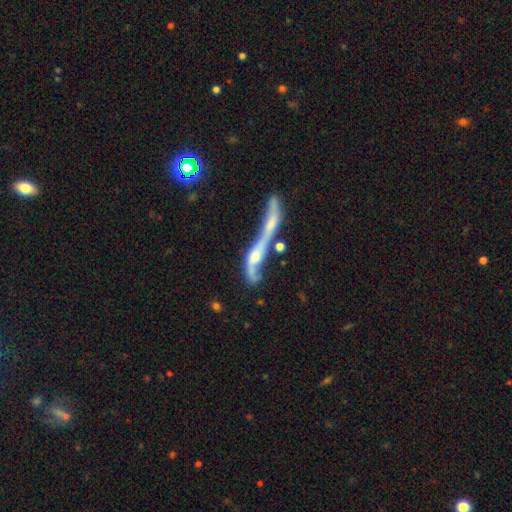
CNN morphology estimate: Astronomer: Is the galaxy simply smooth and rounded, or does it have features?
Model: featured or disk — 65%.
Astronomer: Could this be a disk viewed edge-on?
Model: yes — 65%.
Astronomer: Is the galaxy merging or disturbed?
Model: merger — 49% (runner-up: none, 25%).